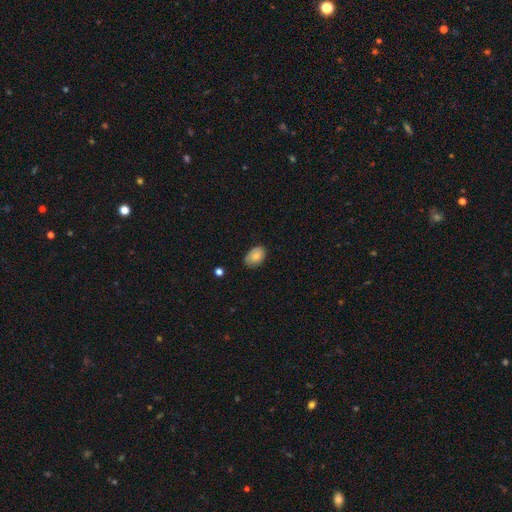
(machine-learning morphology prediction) Smooth or featured: smooth — 80% (featured or disk — 12%)
How rounded: in between — 86% (round — 13%)
Merging: none — 74% (minor disturbance — 21%)